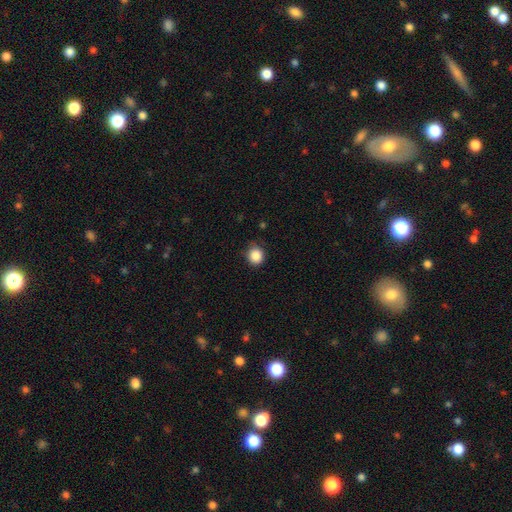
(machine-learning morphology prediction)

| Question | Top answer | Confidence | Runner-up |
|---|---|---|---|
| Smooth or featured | smooth | 87% | star or artifact (10%) |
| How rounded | round | 87% | in between (12%) |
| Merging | none | 79% | minor disturbance (16%) |